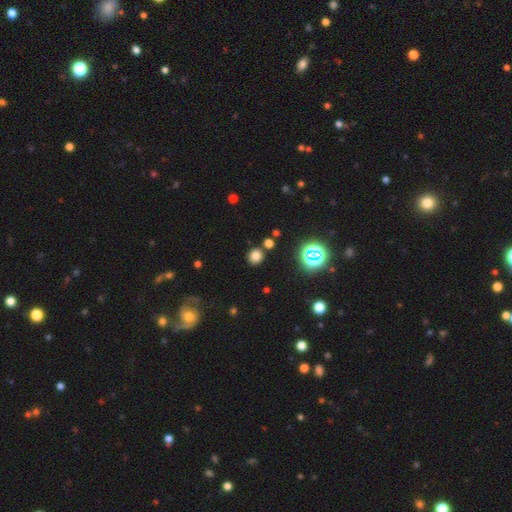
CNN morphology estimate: The model was most divided on "smooth or featured": smooth: 73%, star or artifact: 20%, featured or disk: 6%. More confident: how rounded — round (85%); merging — none (84%).